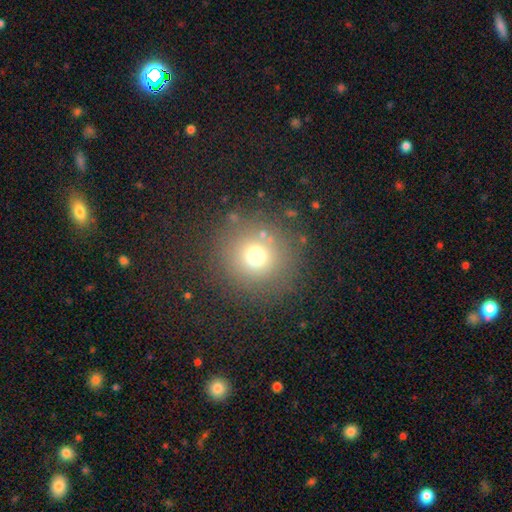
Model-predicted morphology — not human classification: This appears to be a smooth galaxy with no disk features (70%) that is round (94%). Merging: none (84%).